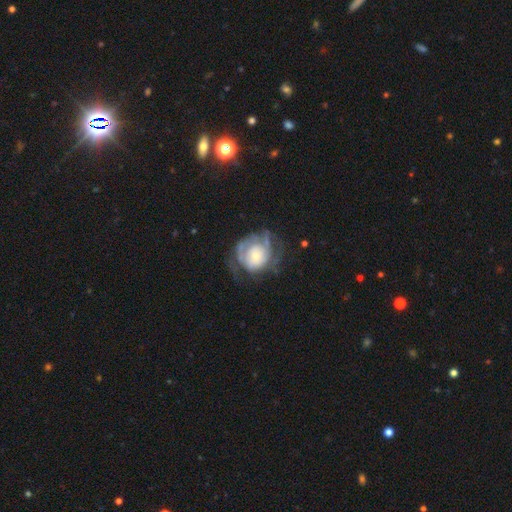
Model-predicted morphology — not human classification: The model was most divided on "bulge size": small: 53%, moderate: 37%, large: 7%, none: 2%, dominant: 2%. Remaining: edge-on disk — no (97%); bar — no (82%); spiral arms — yes (70%); smooth or featured — featured or disk (67%); merging — none (47%).